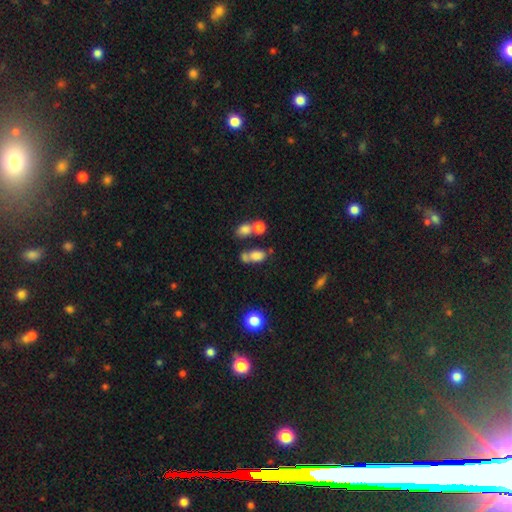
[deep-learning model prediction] A smooth galaxy with no disk features (76%) that is in between round and cigar-shaped (81%). Merging: none (40%).